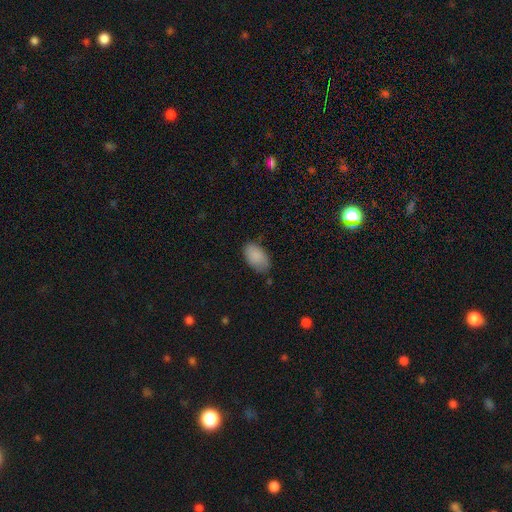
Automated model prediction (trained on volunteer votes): This is clearly a smooth galaxy (87%). How rounded: clearly in between (94%). Merging: likely none (69%).